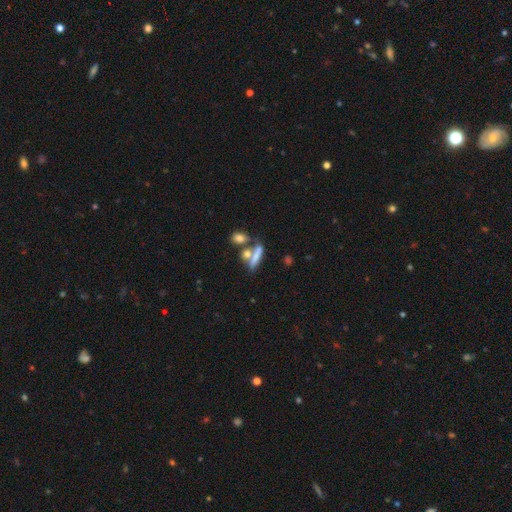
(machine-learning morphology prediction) This appears to be a smooth galaxy with no disk features (64%) that is cigar-shaped (59%). Merging: none (46%).